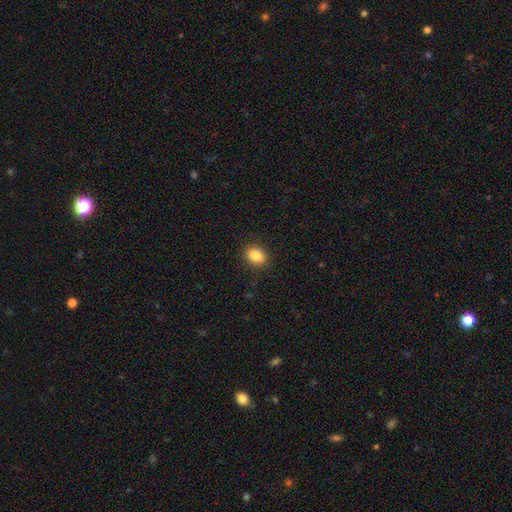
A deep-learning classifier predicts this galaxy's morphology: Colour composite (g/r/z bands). It shows a smooth galaxy with no disk features (86%) that is in between round and cigar-shaped (64%). Merging: none (88%).